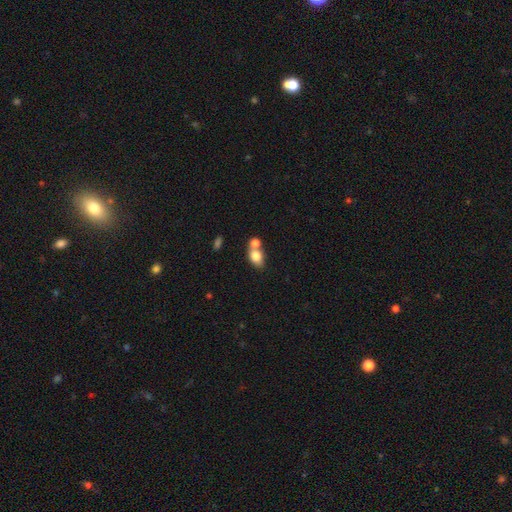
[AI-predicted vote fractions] Smooth or featured? Predicted: smooth (p=0.79). How rounded? Predicted: in between (p=0.70). Merging? Predicted: merger (p=0.47).